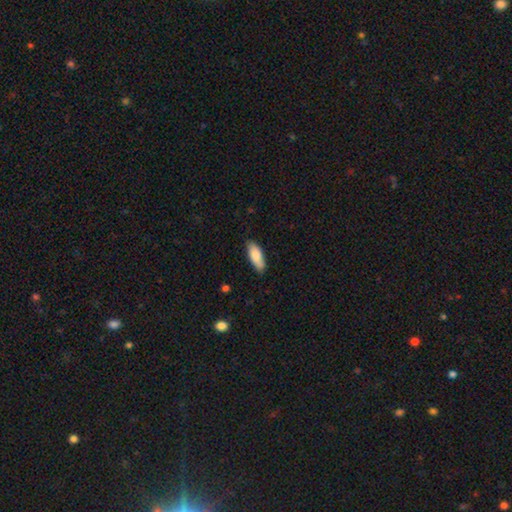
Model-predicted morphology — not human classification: Overall: smooth (83%). How rounded: in between (74%). Merging: none (81%).